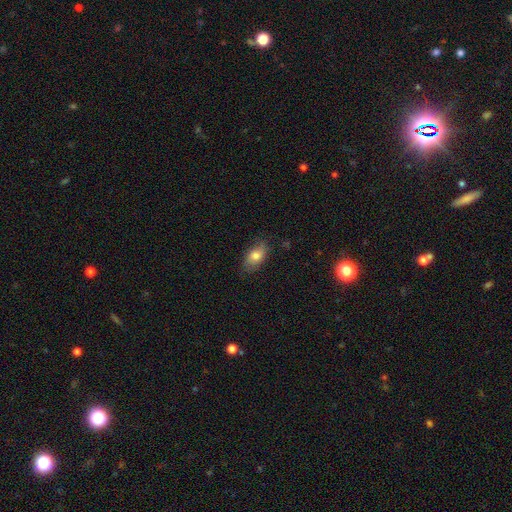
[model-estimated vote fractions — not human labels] A smooth galaxy with no disk features (75%) that is in between round and cigar-shaped (89%).

Vote fractions:
- Smooth or featured? smooth: 75% / featured or disk: 17% / star or artifact: 8%
- How rounded? in between: 89% / round: 7% / cigar-shaped: 4%
- Merging? none: 75% / minor disturbance: 20% / major disturbance: 4% / merger: 1%